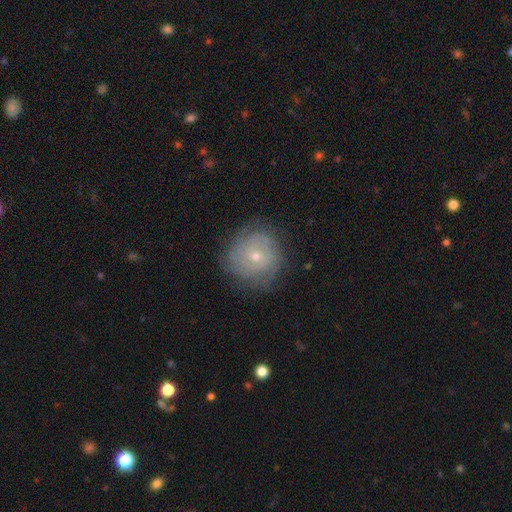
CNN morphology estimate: type=featured or disk (58%); edge-on=no (96%); bar=no (82%); spiral arms=yes (74%); bulge=small (61%); merging=none (76%).